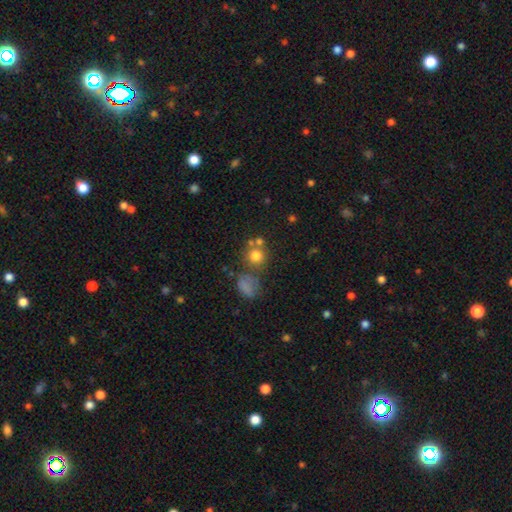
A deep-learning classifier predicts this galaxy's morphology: The model was most divided on "merging": none: 56%, merger: 26%, minor disturbance: 11%, major disturbance: 6%. More confident: how rounded — round (85%); smooth or featured — smooth (74%).